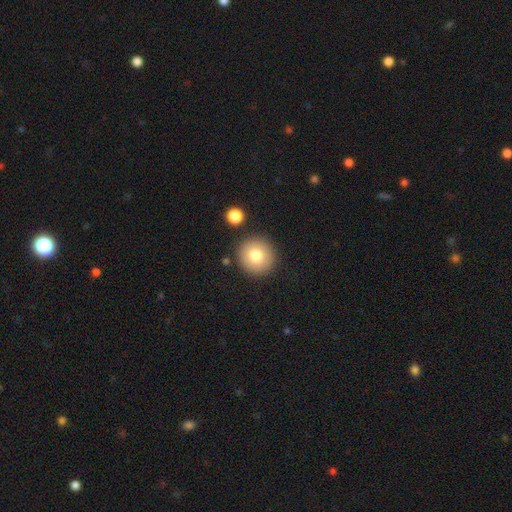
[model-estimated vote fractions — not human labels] smooth 78%, featured or disk 12%, star or artifact 10%. Down the decision tree: how rounded — round (95%); merging — none (87%).